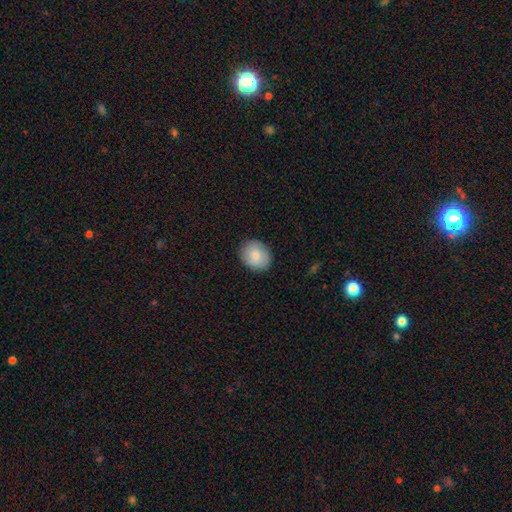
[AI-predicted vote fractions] Smooth or featured? Predicted: smooth (p=0.83). How rounded? Predicted: round (p=0.51). Merging? Predicted: none (p=0.87).